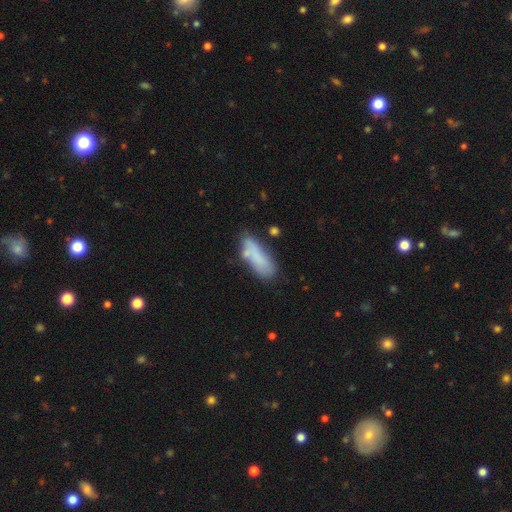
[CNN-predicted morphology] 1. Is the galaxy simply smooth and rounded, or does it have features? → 73% smooth, 20% featured or disk, 8% star or artifact.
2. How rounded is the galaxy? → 62% in between, 35% cigar-shaped, 2% round.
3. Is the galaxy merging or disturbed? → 53% none, 25% minor disturbance, 12% merger, 10% major disturbance.